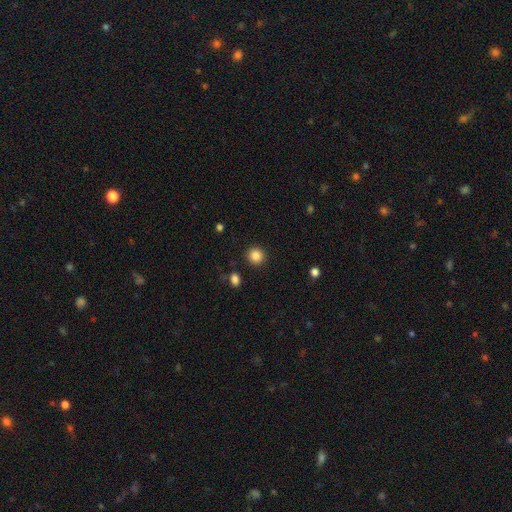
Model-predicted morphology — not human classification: Q: Smooth or featured?
A: smooth (86%); runner-up: star or artifact (10%)
Q: How rounded?
A: round (93%); runner-up: in between (6%)
Q: Merging?
A: none (91%); runner-up: minor disturbance (5%)